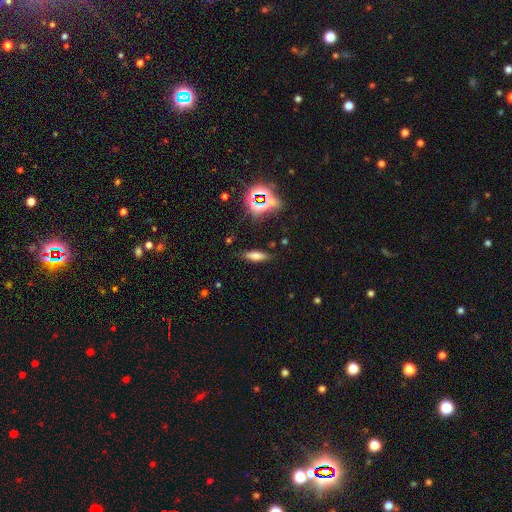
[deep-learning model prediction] smooth_or_featured: smooth (p=0.65) [alt: star or artifact p=0.19]
how_rounded: cigar-shaped (p=0.48) [tied with: in between p=0.48]
merging: none (p=0.81) [alt: minor disturbance p=0.13]